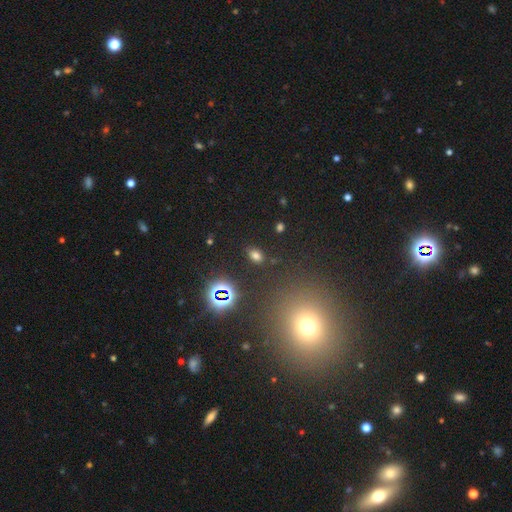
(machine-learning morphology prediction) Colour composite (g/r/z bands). It shows a smooth galaxy with no disk features (68%) that is in between round and cigar-shaped (84%). Merging: none (85%).